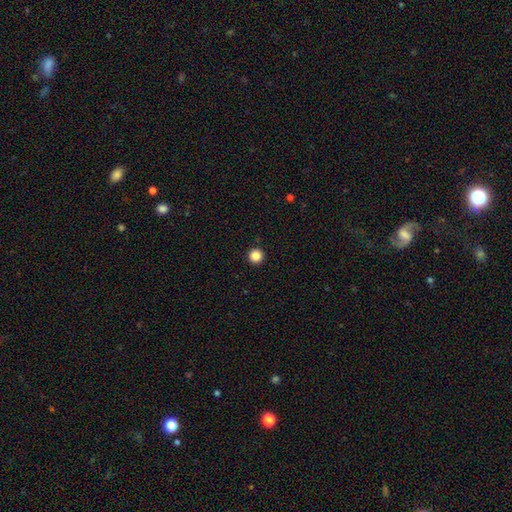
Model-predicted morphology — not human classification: smooth-or-featured: smooth: 86% | star or artifact: 11% | featured or disk: 3%
  how-rounded: round: 97% | in between: 2% | cigar-shaped: 1%
  merging: none: 94% | minor disturbance: 4% | major disturbance: 1% | merger: 1%